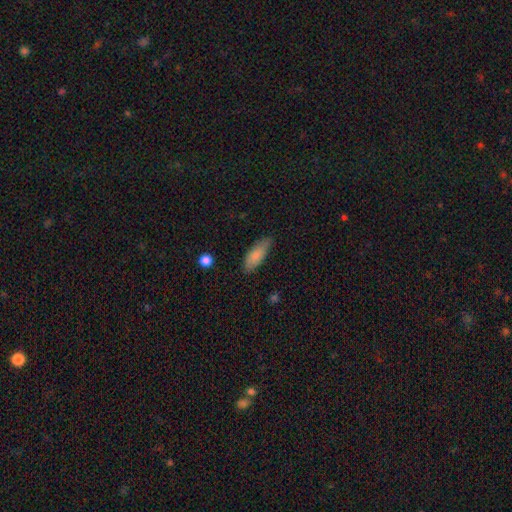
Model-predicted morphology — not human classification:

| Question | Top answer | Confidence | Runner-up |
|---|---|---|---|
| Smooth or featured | smooth | 82% | featured or disk (12%) |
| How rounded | in between | 67% | cigar-shaped (31%) |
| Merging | none | 77% | minor disturbance (19%) |